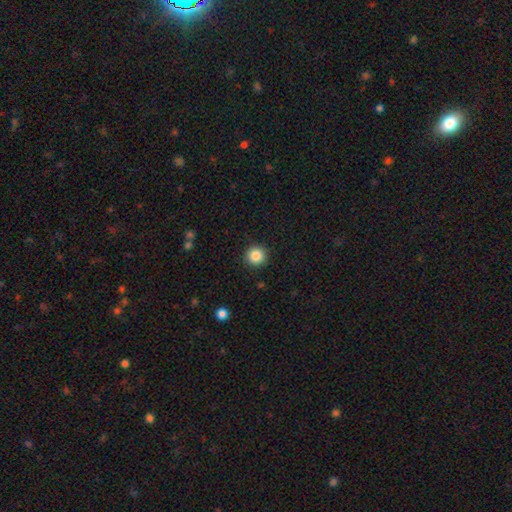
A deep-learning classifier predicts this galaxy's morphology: Smooth or featured?
  - smooth: 86% *
  - star or artifact: 10%
  - featured or disk: 4%
How rounded?
  - round: 95% *
  - in between: 4%
  - cigar-shaped: 1%
Merging?
  - none: 92% *
  - minor disturbance: 5%
  - major disturbance: 2%
  - merger: 1%